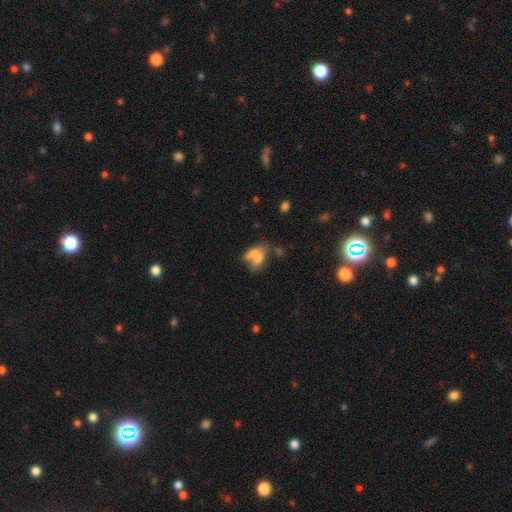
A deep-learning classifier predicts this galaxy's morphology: Smooth or featured?
  - smooth: 58% *
  - featured or disk: 30%
  - star or artifact: 12%
How rounded?
  - in between: 77% *
  - round: 20%
  - cigar-shaped: 3%
Merging?
  - merger: 55% *
  - none: 21%
  - major disturbance: 13%
  - minor disturbance: 12%